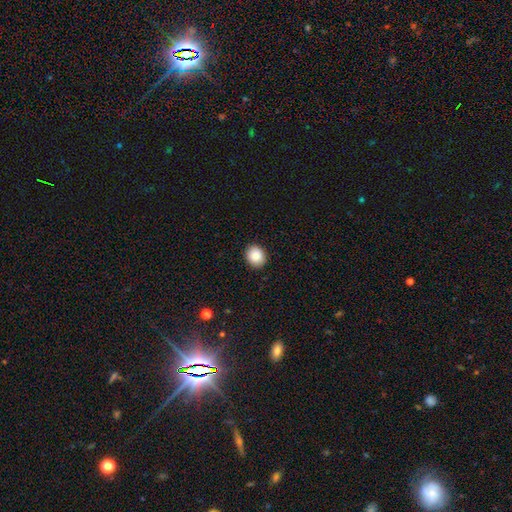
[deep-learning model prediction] Smooth or featured? Predicted: smooth (p=0.88). How rounded? Predicted: round (p=0.66). Merging? Predicted: none (p=0.91).